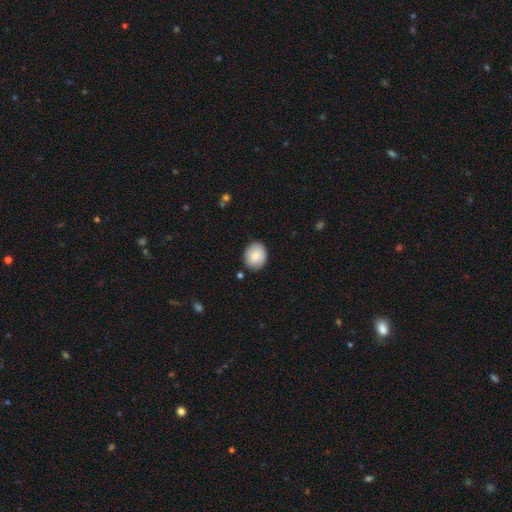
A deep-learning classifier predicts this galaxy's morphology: type=smooth (85%); roundness=round (51%); merging=none (84%).